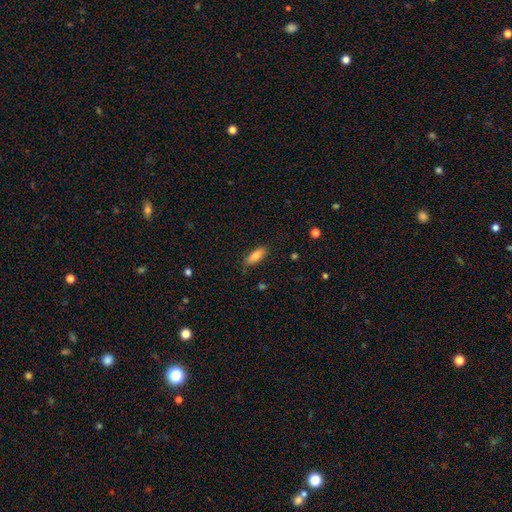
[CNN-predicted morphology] A smooth galaxy with no disk features (79%) that is in between round and cigar-shaped (71%). Merging: none (80%).